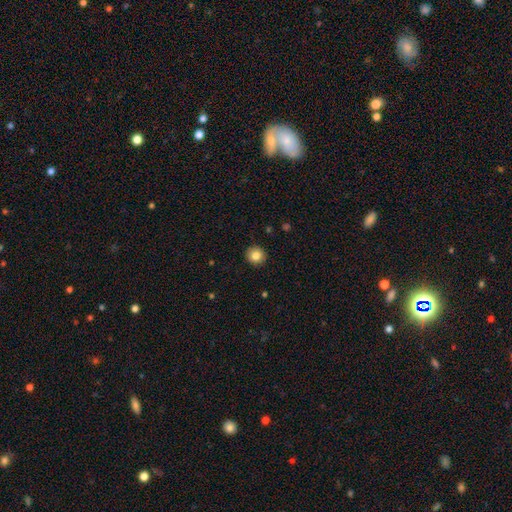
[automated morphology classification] Overall: smooth (83%). How rounded: round (92%). Merging: none (92%).